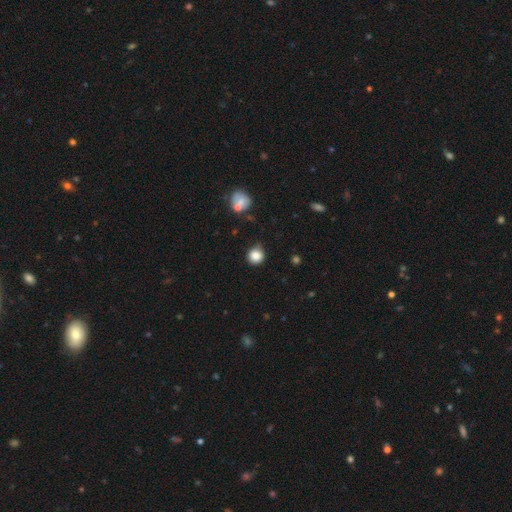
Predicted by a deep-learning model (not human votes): Q: Smooth or featured?
A: smooth (84%); runner-up: star or artifact (11%)
Q: How rounded?
A: round (90%); runner-up: in between (9%)
Q: Merging?
A: none (78%); runner-up: minor disturbance (16%)